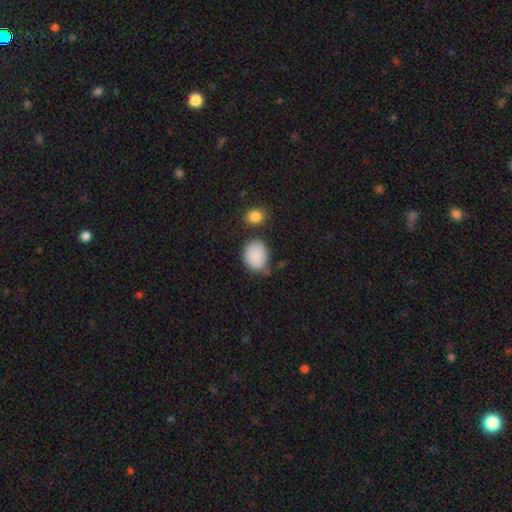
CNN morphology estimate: Smooth or featured?
  - smooth: 87% *
  - star or artifact: 8%
  - featured or disk: 5%
How rounded?
  - in between: 53% *
  - round: 46%
  - cigar-shaped: 1%
Merging?
  - none: 60% *
  - minor disturbance: 24%
  - merger: 9%
  - major disturbance: 7%